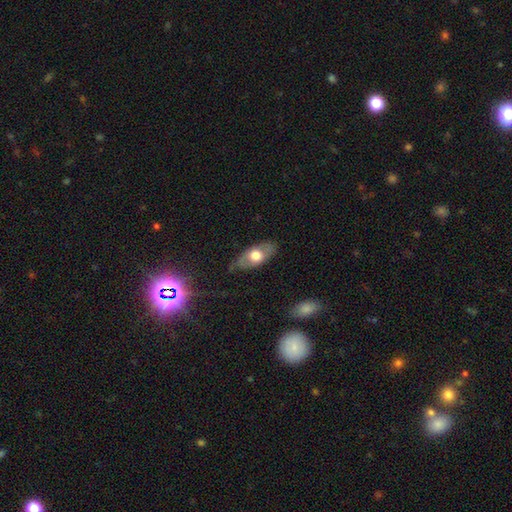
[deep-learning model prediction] Q: Smooth or featured?
A: smooth (59%); runner-up: featured or disk (35%)
Q: How rounded?
A: in between (85%); runner-up: cigar-shaped (8%)
Q: Merging?
A: none (75%); runner-up: minor disturbance (19%)